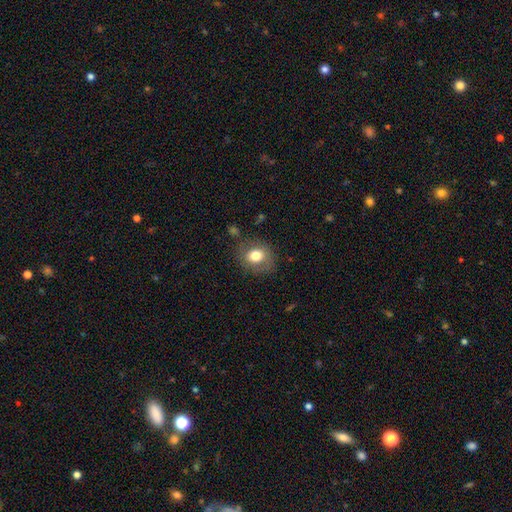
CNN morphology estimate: type=smooth (73%); roundness=round (61%); merging=none (75%).